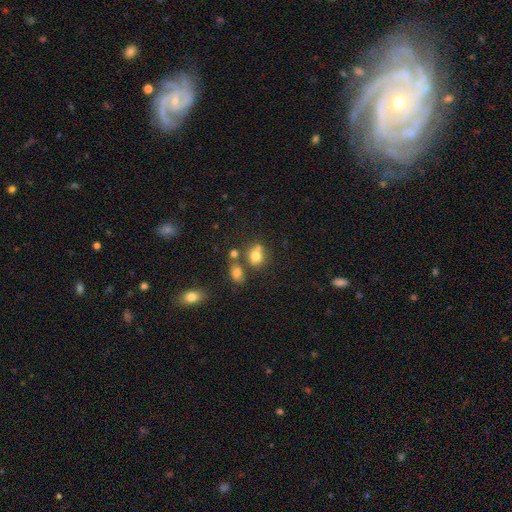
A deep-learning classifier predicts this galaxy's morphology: smooth-or-featured: smooth: 74% | star or artifact: 14% | featured or disk: 12%
  how-rounded: round: 69% | in between: 30% | cigar-shaped: 1%
  merging: none: 50% | merger: 31% | minor disturbance: 13% | major disturbance: 6%